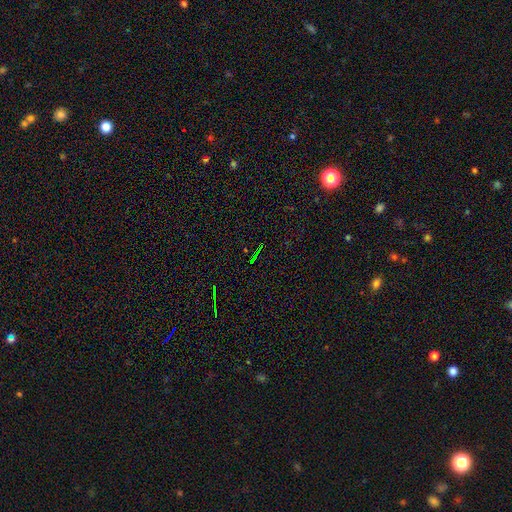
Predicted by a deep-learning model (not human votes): The model was most divided on "smooth or featured": star or artifact: 78%, featured or disk: 12%, smooth: 11%.